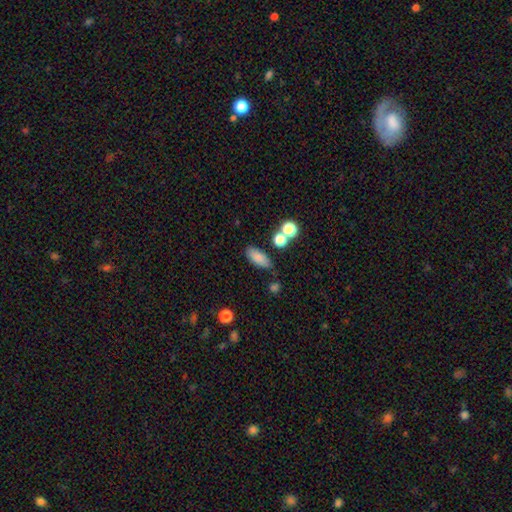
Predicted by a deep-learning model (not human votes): The model was most divided on "merging": none: 72%, minor disturbance: 15%, merger: 9%, major disturbance: 5%. More confident: smooth or featured — smooth (82%); how rounded — in between (79%).